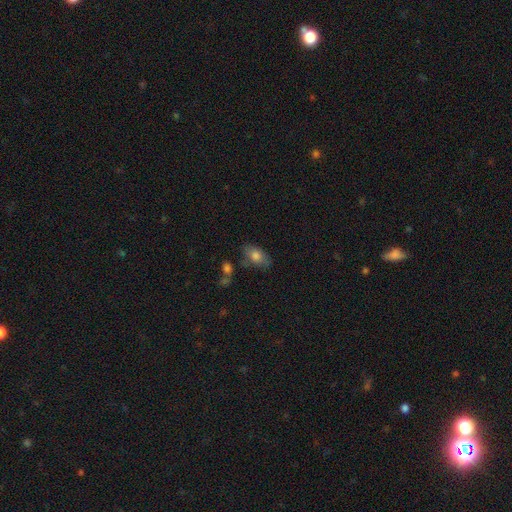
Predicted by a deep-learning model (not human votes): A smooth galaxy with no disk features (77%) that is in between round and cigar-shaped (89%). Merging: none (67%).